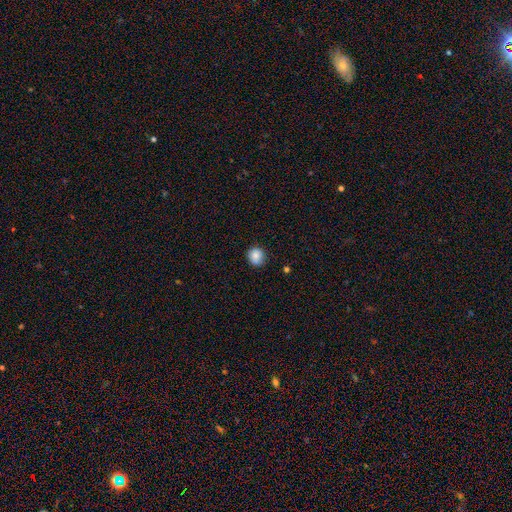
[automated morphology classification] Smooth or featured: smooth — 86% (star or artifact — 9%)
How rounded: round — 88% (in between — 11%)
Merging: none — 84% (minor disturbance — 12%)